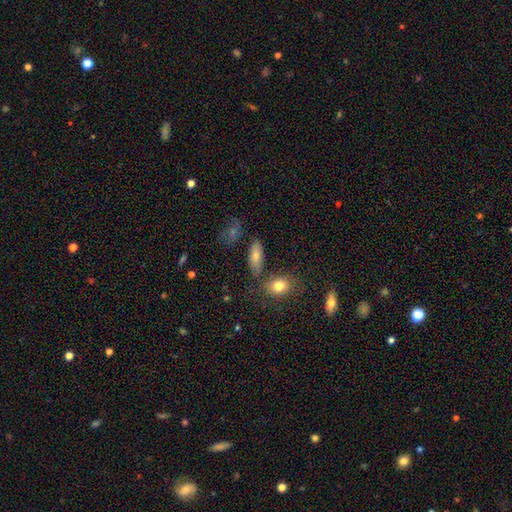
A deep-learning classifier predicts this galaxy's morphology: smooth_or_featured: smooth (p=0.75) [alt: featured or disk p=0.15]
how_rounded: in between (p=0.77) [alt: cigar-shaped p=0.18]
merging: none (p=0.71) [alt: minor disturbance p=0.15]